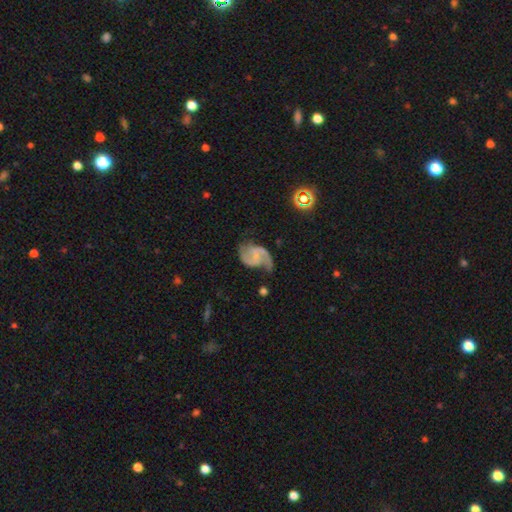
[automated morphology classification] Smooth or featured?
  - featured or disk: 85% *
  - smooth: 9%
  - star or artifact: 6%
Edge-on disk?
  - no: 98% *
  - yes: 2%
Bar?
  - no: 52% *
  - weak: 39%
  - strong: 9%
Spiral arms?
  - yes: 96% *
  - no: 4%
Spiral winding?
  - medium: 45% *
  - loose: 42%
  - tight: 13%
Spiral arm count?
  - 2: 89% *
  - 1: 4%
  - can't tell: 3%
  - 3: 1%
  - 4: 1%
  - more than 4: 1%
Bulge size?
  - small: 60% *
  - none: 23%
  - moderate: 15%
  - large: 1%
  - dominant: 1%
Merging?
  - none: 58% *
  - minor disturbance: 24%
  - major disturbance: 15%
  - merger: 3%